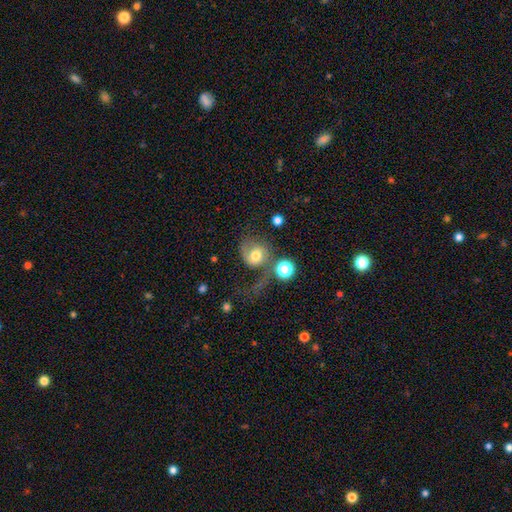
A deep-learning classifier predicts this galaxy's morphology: Smooth or featured? smooth (48%)
Merging? major disturbance (40%)